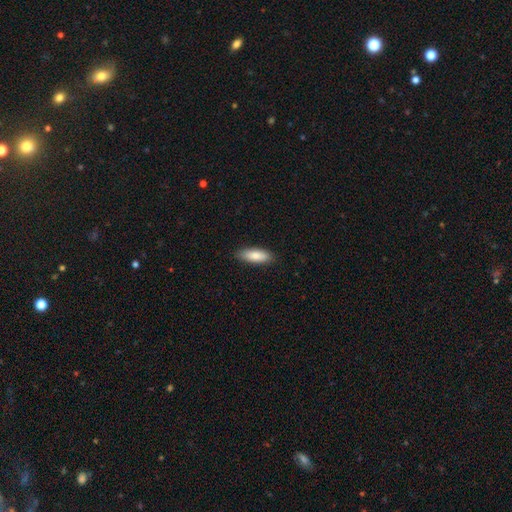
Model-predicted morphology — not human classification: smooth 84%, featured or disk 10%, star or artifact 6%. Down the decision tree: how rounded — in between (65%); merging — none (87%).